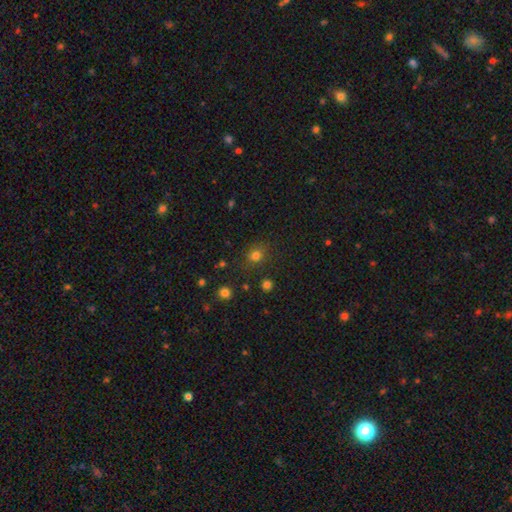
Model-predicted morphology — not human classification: The model was most divided on "how rounded": round: 76%, in between: 23%, cigar-shaped: 1%. More confident: merging — none (82%); smooth or featured — smooth (77%).